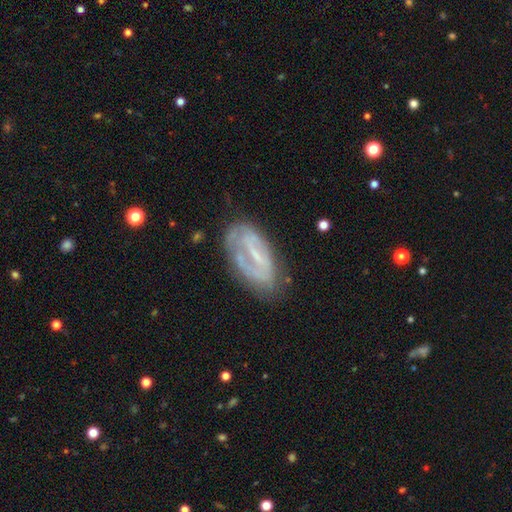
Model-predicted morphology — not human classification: Smooth or featured?
  - featured or disk: 67% *
  - smooth: 24%
  - star or artifact: 9%
Edge-on disk?
  - no: 92% *
  - yes: 8%
Bar?
  - weak: 38% *
  - strong: 34%
  - no: 28%
Spiral arms?
  - yes: 62% *
  - no: 38%
Bulge size?
  - small: 52% *
  - none: 30%
  - moderate: 16%
  - large: 2%
  - dominant: 1%
Merging?
  - none: 64% *
  - minor disturbance: 22%
  - major disturbance: 11%
  - merger: 3%